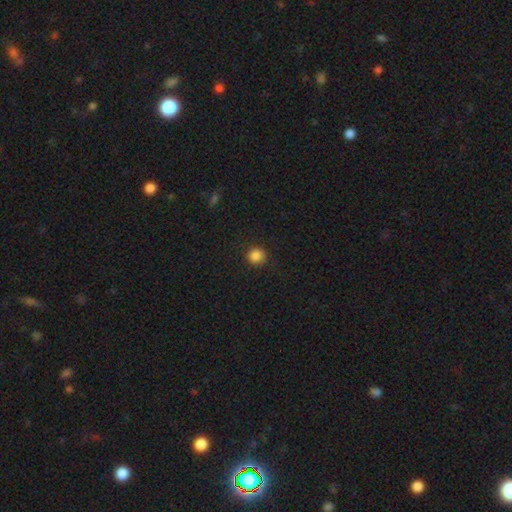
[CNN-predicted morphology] Smooth or featured: smooth — 86% (star or artifact — 11%)
How rounded: round — 92% (in between — 7%)
Merging: none — 90% (minor disturbance — 7%)